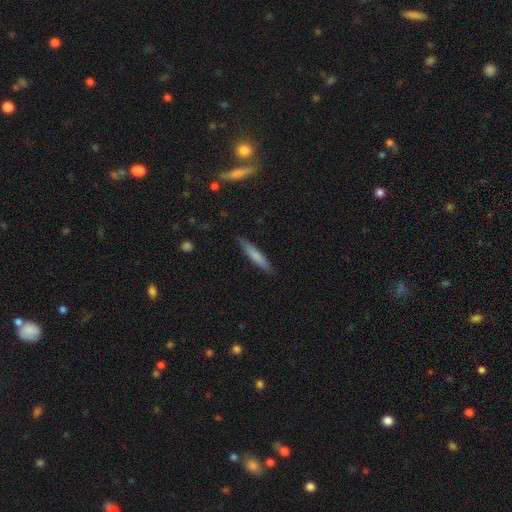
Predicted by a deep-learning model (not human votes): smooth-or-featured: smooth: 73% | featured or disk: 21% | star or artifact: 6%
  how-rounded: cigar-shaped: 92% | in between: 7% | round: 1%
  merging: none: 88% | minor disturbance: 9% | major disturbance: 2% | merger: 1%